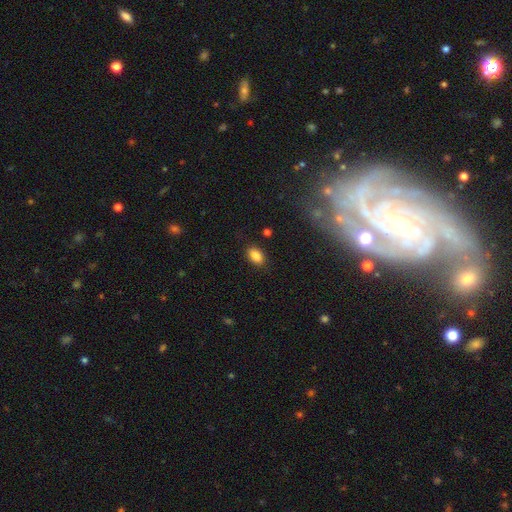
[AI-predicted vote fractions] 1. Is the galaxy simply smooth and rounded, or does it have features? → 86% smooth, 9% star or artifact, 5% featured or disk.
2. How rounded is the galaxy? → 88% in between, 11% round, 2% cigar-shaped.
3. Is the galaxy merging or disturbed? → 85% none, 10% minor disturbance, 3% major disturbance, 2% merger.